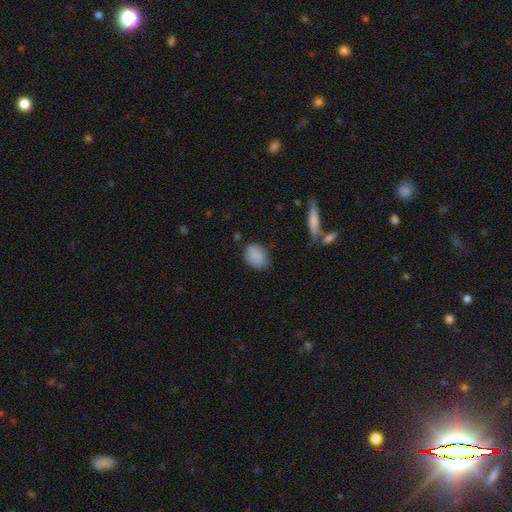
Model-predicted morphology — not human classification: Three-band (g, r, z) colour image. It shows a smooth galaxy with no disk features (88%) that is in between round and cigar-shaped (76%). Merging: none (80%).